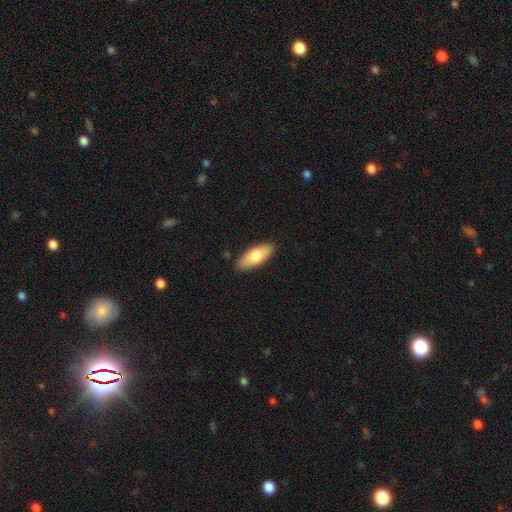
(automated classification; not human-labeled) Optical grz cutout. It shows a smooth galaxy with no disk features (74%) that is in between round and cigar-shaped (77%). Merging: none (88%).